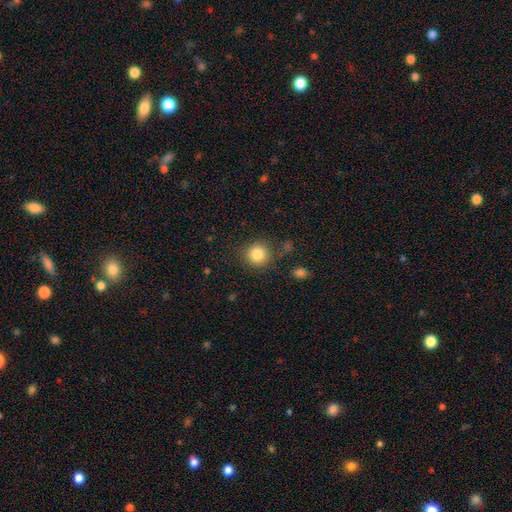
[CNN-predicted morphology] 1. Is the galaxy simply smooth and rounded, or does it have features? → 84% smooth, 11% star or artifact, 5% featured or disk.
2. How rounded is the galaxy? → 92% round, 7% in between, 1% cigar-shaped.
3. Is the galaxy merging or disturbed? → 86% none, 9% minor disturbance, 3% major disturbance, 3% merger.